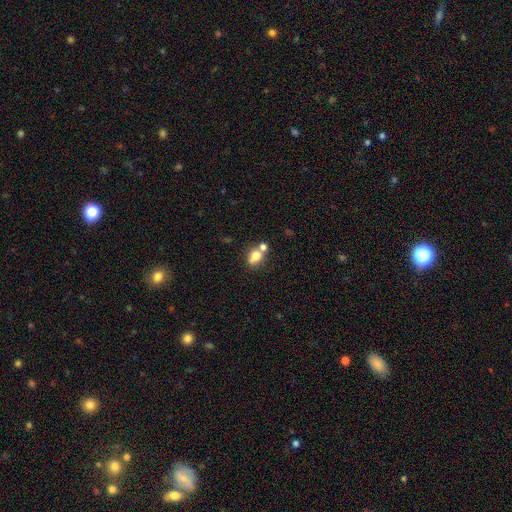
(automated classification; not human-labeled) smooth_or_featured: smooth (p=0.73) [alt: featured or disk p=0.15]
how_rounded: round (p=0.49) [tied with: in between p=0.49]
merging: none (p=0.46) [alt: merger p=0.39]